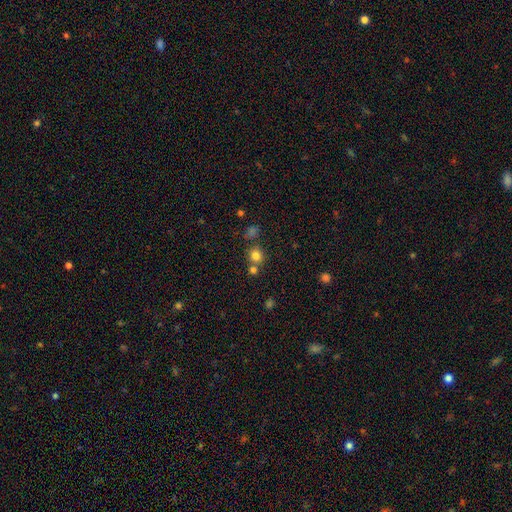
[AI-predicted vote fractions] This appears to be a smooth galaxy with no disk features (79%) that is round (87%). Merging: none (67%).